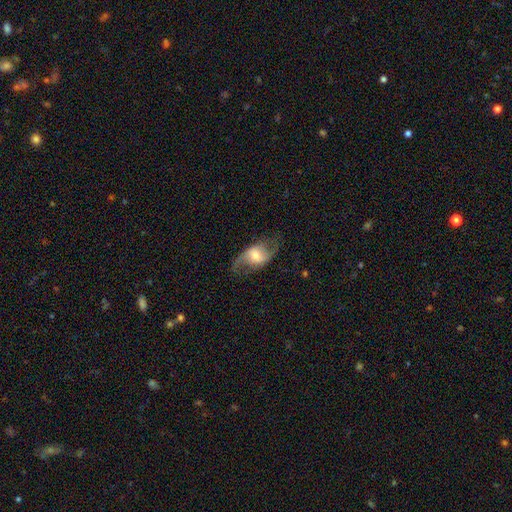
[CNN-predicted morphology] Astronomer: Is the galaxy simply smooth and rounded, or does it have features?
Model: featured or disk — 77%.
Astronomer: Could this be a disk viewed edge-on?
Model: no — 95%.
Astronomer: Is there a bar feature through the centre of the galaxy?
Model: weak — 42% (runner-up: no, 40%).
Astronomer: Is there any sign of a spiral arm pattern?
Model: yes — 91%.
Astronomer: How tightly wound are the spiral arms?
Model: loose — 66%.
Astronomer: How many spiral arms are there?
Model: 2 — 91%.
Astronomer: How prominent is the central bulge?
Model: moderate — 56% (runner-up: small, 32%).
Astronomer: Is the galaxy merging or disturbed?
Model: none — 73%.